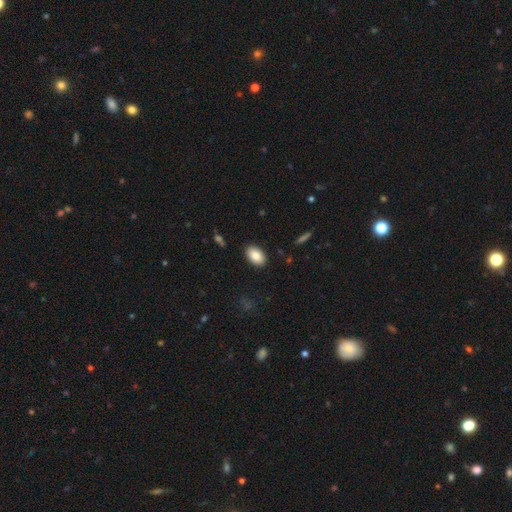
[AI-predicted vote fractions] Smooth or featured? smooth (85%)
How rounded? in between (93%)
Merging? none (89%)